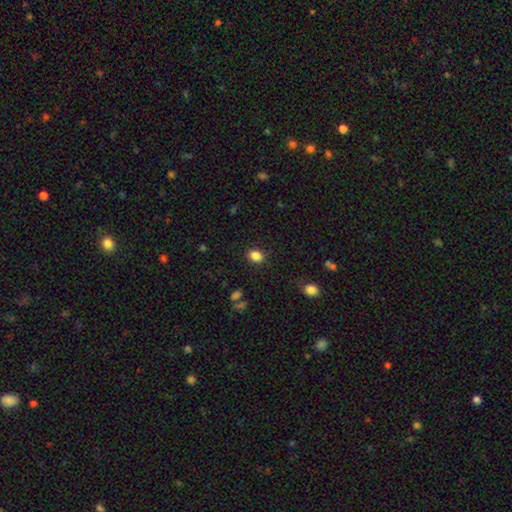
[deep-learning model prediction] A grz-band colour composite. It shows a smooth galaxy with no disk features (85%) that is in between round and cigar-shaped (57%). Merging: none (86%).